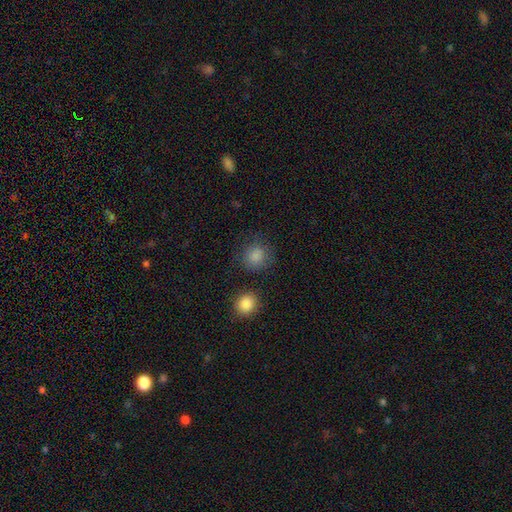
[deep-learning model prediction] smooth 85%, star or artifact 11%, featured or disk 4%. Down the decision tree: how rounded — round (82%); merging — none (75%).